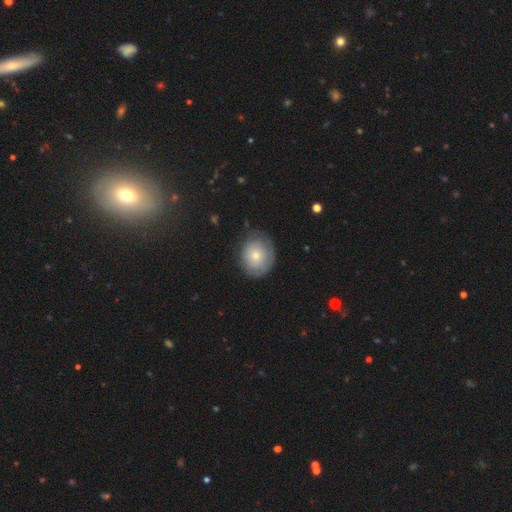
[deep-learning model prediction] smooth 65%, featured or disk 28%, star or artifact 7%. Down the decision tree: how rounded — round (69%); merging — none (71%).